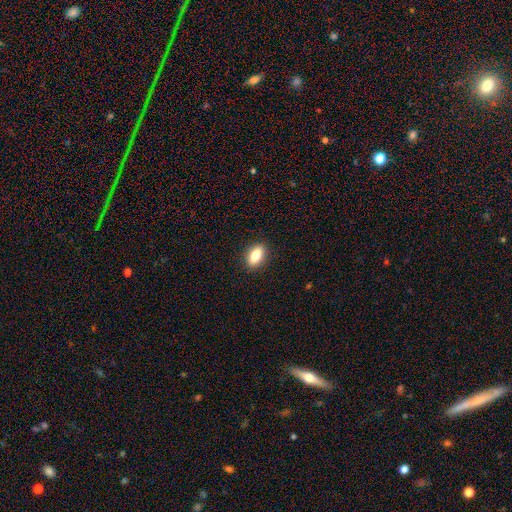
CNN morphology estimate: smooth 81%, featured or disk 11%, star or artifact 8%. Down the decision tree: how rounded — in between (84%); merging — none (89%).